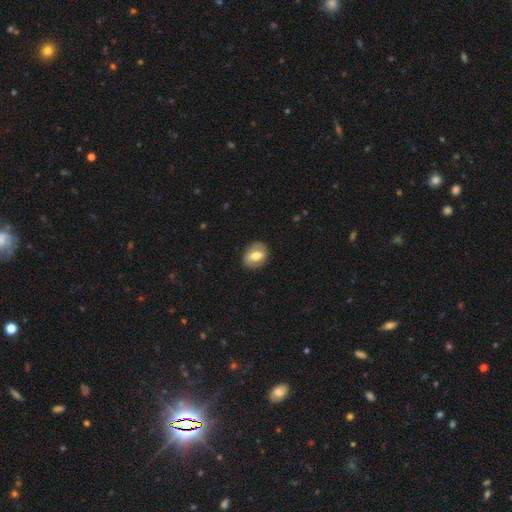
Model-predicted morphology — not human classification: The model was most divided on "smooth or featured": smooth: 58%, featured or disk: 36%, star or artifact: 7%. More confident: merging — none (85%); how rounded — in between (62%).